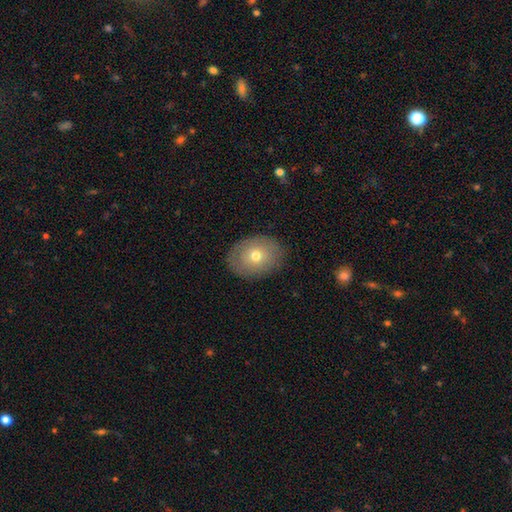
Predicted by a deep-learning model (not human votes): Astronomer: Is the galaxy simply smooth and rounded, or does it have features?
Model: smooth — 66%.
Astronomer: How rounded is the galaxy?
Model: in between — 62%.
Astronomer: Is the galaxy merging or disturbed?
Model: none — 86%.